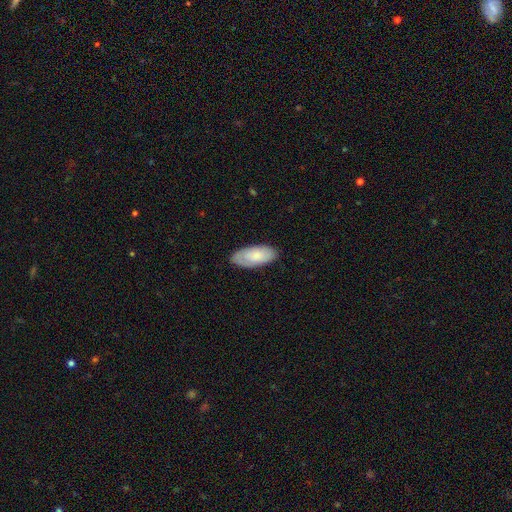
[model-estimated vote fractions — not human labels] Smooth or featured? Predicted: smooth (p=0.72). How rounded? Predicted: in between (p=0.91). Merging? Predicted: none (p=0.82).